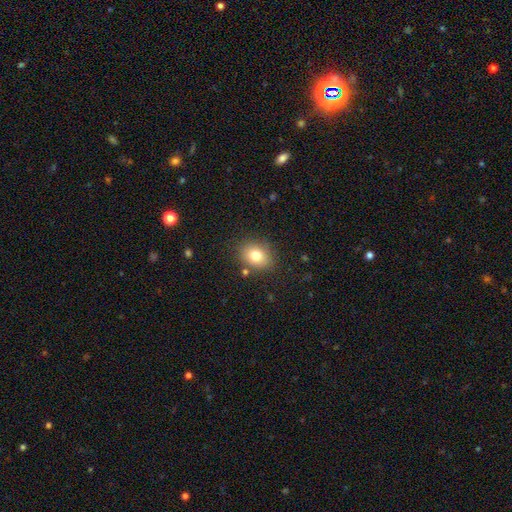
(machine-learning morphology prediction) A smooth galaxy with no disk features (78%) that is in between round and cigar-shaped (50%).

Vote fractions:
- Smooth or featured? smooth: 78% / star or artifact: 11% / featured or disk: 11%
- How rounded? in between: 50% / round: 49% / cigar-shaped: 1%
- Merging? none: 82% / minor disturbance: 11% / major disturbance: 3% / merger: 3%